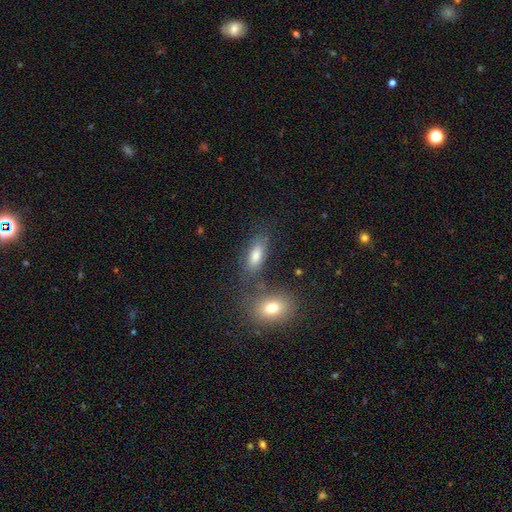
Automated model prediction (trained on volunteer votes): Morphology: type=smooth (75%); roundness=in between (81%); merging=none (65%).